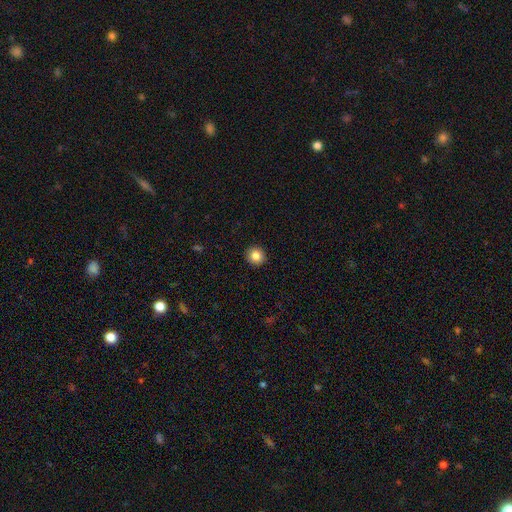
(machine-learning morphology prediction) This appears to be a smooth galaxy with no disk features (85%) that is round (93%). Merging: none (93%).